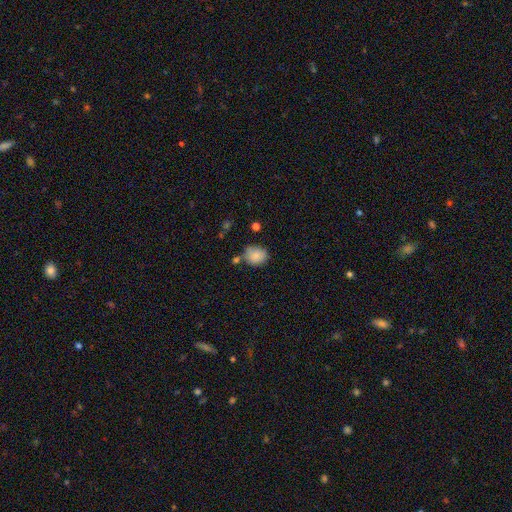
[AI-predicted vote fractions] Morphology: type=smooth (85%); roundness=round (56%); merging=none (66%).